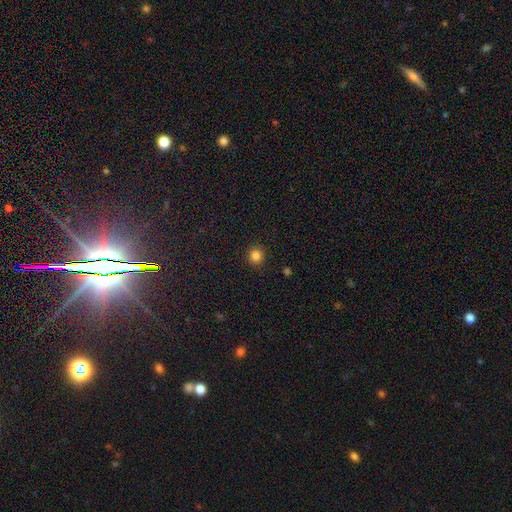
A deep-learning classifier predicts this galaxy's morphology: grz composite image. It shows a smooth galaxy with no disk features (84%) that is round (93%). Merging: none (91%).